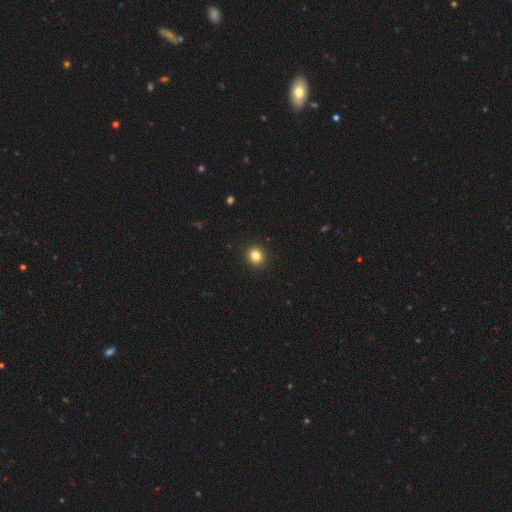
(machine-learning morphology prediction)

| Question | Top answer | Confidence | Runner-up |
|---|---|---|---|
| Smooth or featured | smooth | 83% | star or artifact (12%) |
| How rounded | round | 89% | in between (10%) |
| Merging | none | 93% | minor disturbance (5%) |